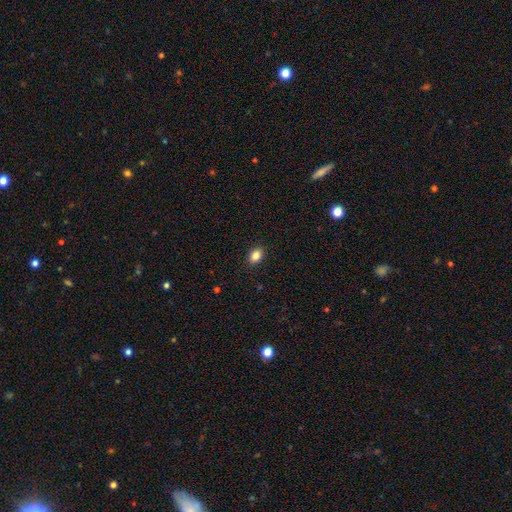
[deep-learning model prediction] smooth_or_featured: smooth (p=0.85) [alt: star or artifact p=0.09]
how_rounded: in between (p=0.77) [alt: round p=0.21]
merging: none (p=0.90) [alt: minor disturbance p=0.08]